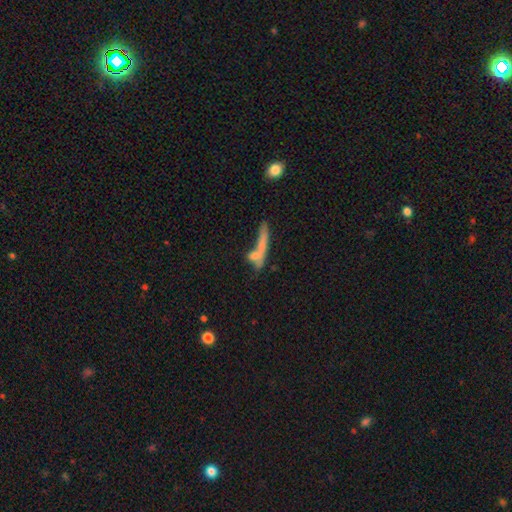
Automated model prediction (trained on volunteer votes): smooth_or_featured: smooth (p=0.60) [alt: featured or disk p=0.30]
how_rounded: cigar-shaped (p=0.70) [alt: in between p=0.21]
merging: merger (p=0.38) [alt: none p=0.37]